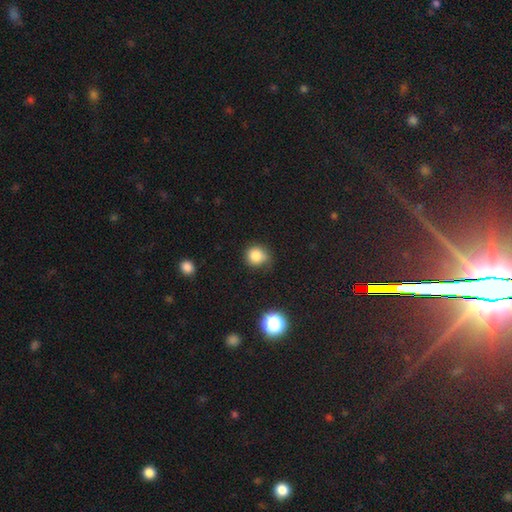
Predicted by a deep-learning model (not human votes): smooth-or-featured: smooth: 83% | star or artifact: 12% | featured or disk: 5%
  how-rounded: round: 85% | in between: 14% | cigar-shaped: 1%
  merging: none: 65% | minor disturbance: 27% | major disturbance: 6% | merger: 2%